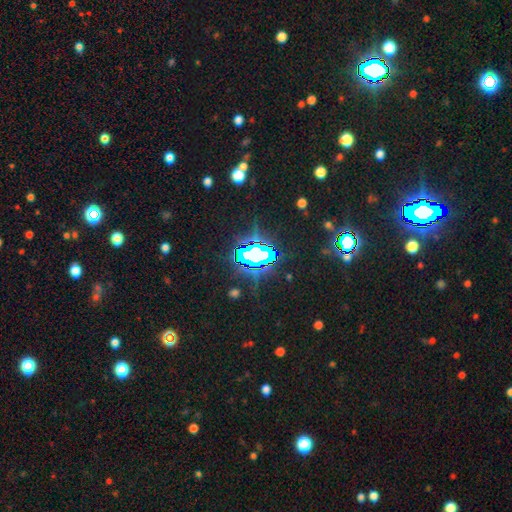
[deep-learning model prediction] Morphology: type=star or artifact (73%).